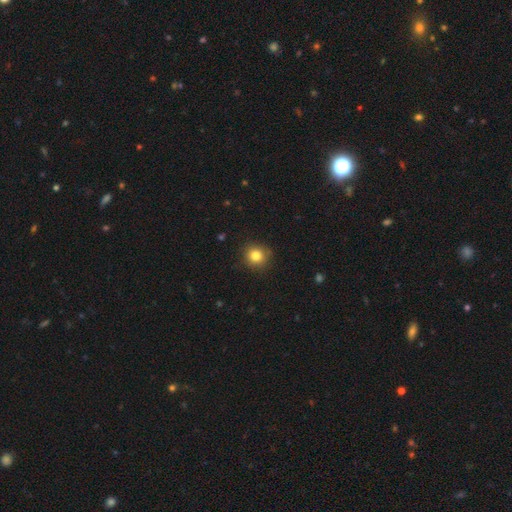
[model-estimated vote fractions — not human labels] smooth-or-featured: smooth: 82% | star or artifact: 12% | featured or disk: 6%
  how-rounded: round: 91% | in between: 8% | cigar-shaped: 1%
  merging: none: 88% | minor disturbance: 9% | major disturbance: 2% | merger: 1%